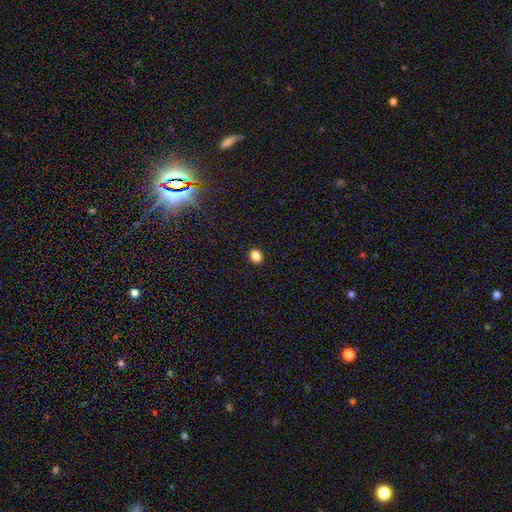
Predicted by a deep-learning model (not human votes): This appears to be a smooth galaxy with no disk features (86%) that is round (52%). Merging: none (91%).